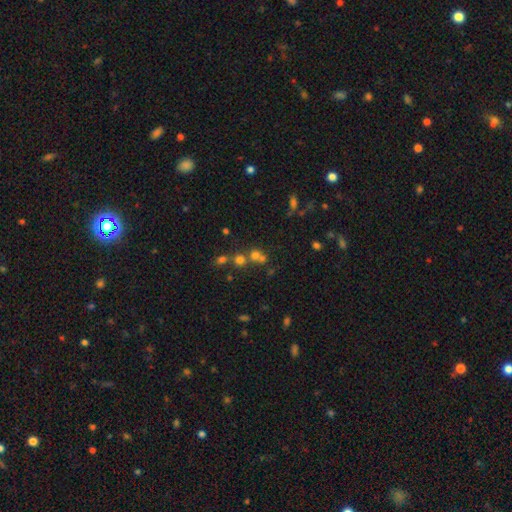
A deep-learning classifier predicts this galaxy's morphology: Q: Smooth or featured?
A: smooth (58%); runner-up: star or artifact (28%)
Q: How rounded?
A: round (85%); runner-up: in between (13%)
Q: Merging?
A: none (49%); runner-up: merger (41%)